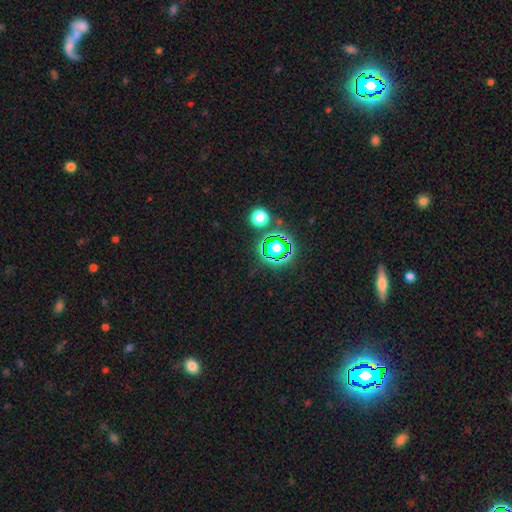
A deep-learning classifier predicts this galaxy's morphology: star or artifact 77%, smooth 16%, featured or disk 8%.